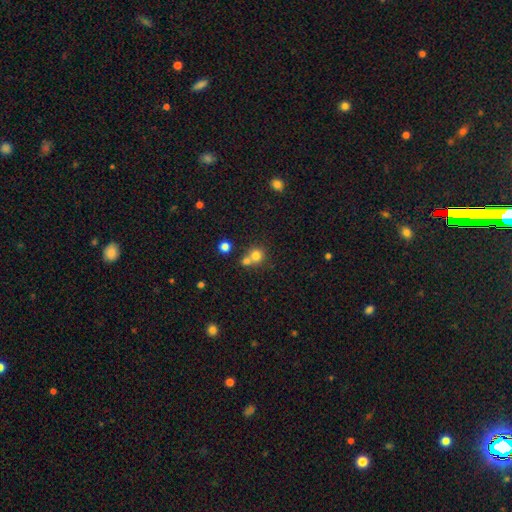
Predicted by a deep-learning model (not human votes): Smooth or featured? smooth (77%)
How rounded? round (88%)
Merging? none (47%)